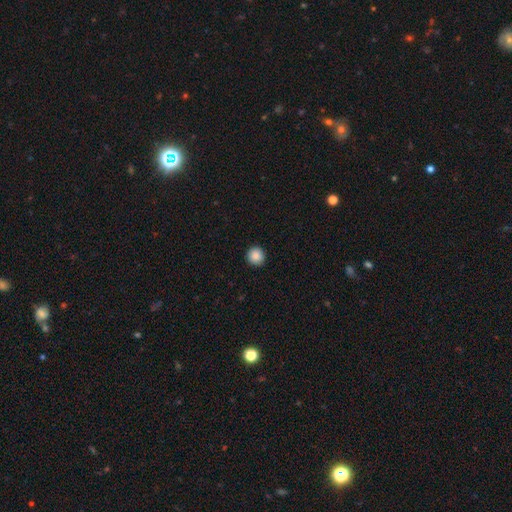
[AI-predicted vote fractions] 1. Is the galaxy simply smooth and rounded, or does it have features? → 88% smooth, 9% star or artifact, 3% featured or disk.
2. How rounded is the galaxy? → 95% round, 4% in between, 1% cigar-shaped.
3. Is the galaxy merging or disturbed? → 93% none, 5% minor disturbance, 2% major disturbance, 1% merger.